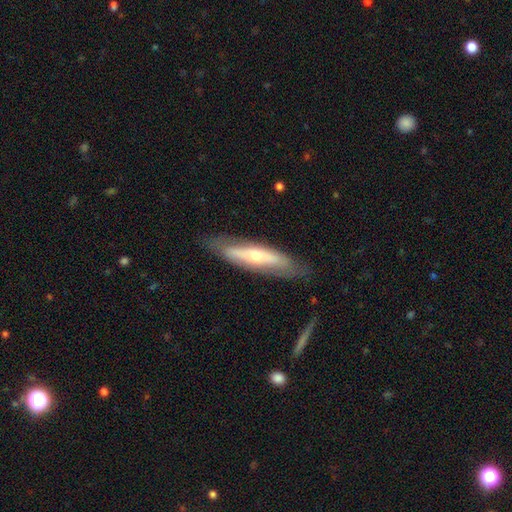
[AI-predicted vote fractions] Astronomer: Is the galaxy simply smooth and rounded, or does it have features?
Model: featured or disk — 59% (runner-up: smooth, 35%).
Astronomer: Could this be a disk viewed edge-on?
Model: yes — 52% (runner-up: no, 48%).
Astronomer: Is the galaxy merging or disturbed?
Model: none — 77%.